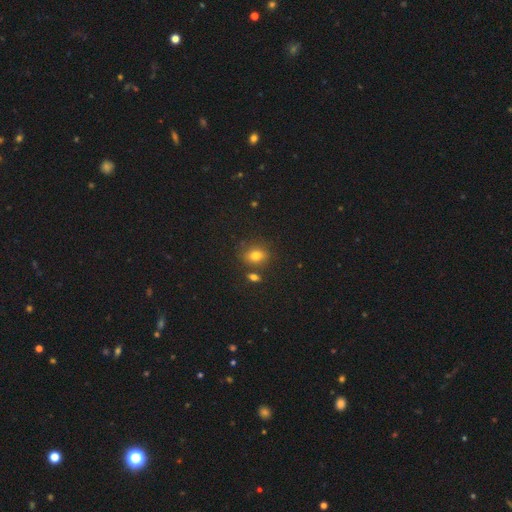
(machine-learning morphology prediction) type=smooth (77%); roundness=in between (53%); merging=none (72%).